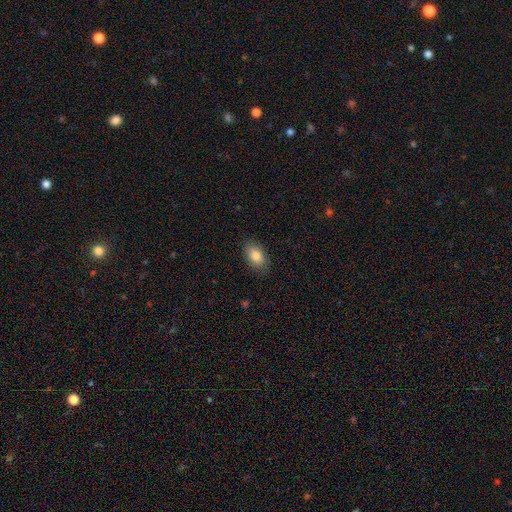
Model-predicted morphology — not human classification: A smooth galaxy with no disk features (85%) that is in between round and cigar-shaped (92%).

Vote fractions:
- Smooth or featured? smooth: 85% / featured or disk: 8% / star or artifact: 7%
- How rounded? in between: 92% / round: 6% / cigar-shaped: 2%
- Merging? none: 86% / minor disturbance: 10% / major disturbance: 2% / merger: 1%